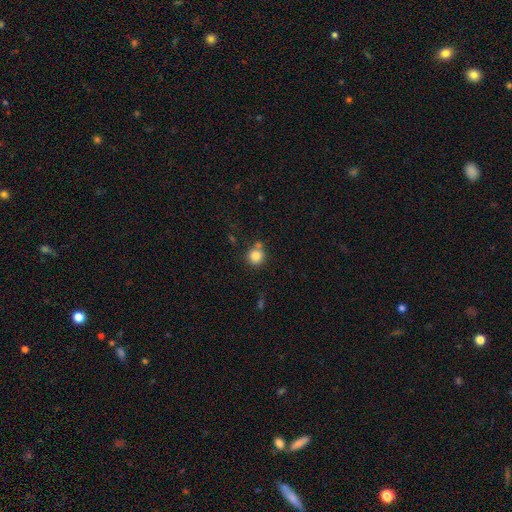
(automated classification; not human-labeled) This is clearly a smooth galaxy (83%). How rounded: clearly round (91%). Merging: likely none (67%).